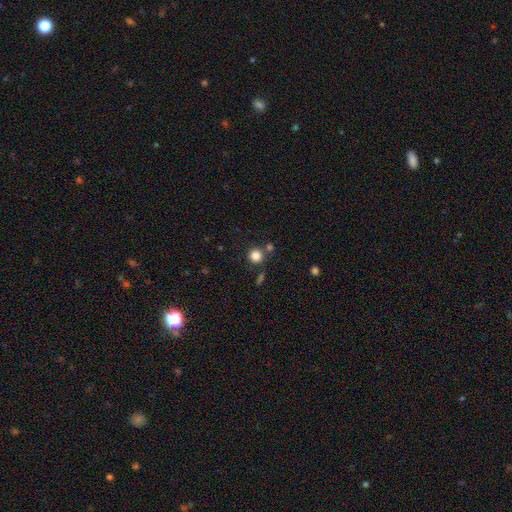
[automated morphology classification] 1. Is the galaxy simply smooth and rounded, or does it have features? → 84% smooth, 12% star or artifact, 5% featured or disk.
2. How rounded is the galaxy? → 92% round, 7% in between, 1% cigar-shaped.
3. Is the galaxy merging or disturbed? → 77% none, 11% merger, 8% minor disturbance, 3% major disturbance.